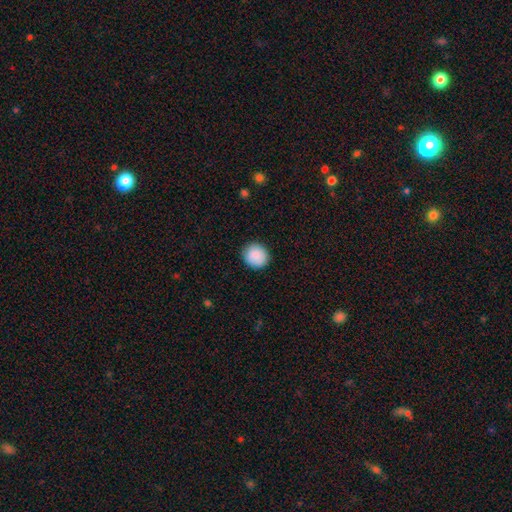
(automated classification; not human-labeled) Q: Smooth or featured?
A: smooth (89%); runner-up: star or artifact (7%)
Q: How rounded?
A: round (90%); runner-up: in between (9%)
Q: Merging?
A: none (90%); runner-up: minor disturbance (7%)